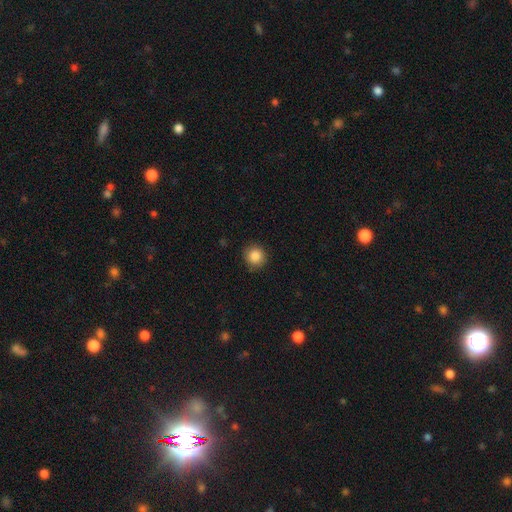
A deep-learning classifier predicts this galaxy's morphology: This is clearly a smooth galaxy (86%). How rounded: clearly round (92%). Merging: clearly none (89%).